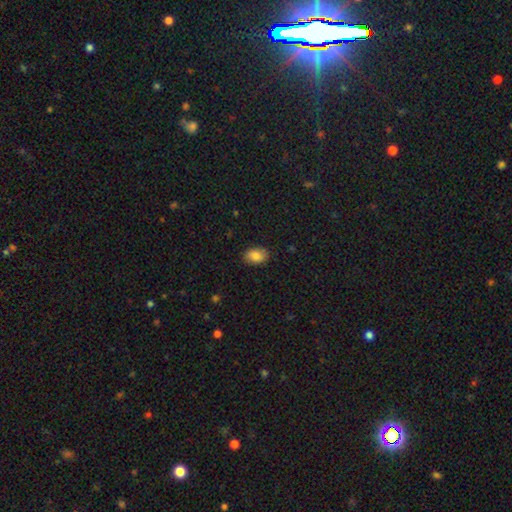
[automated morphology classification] smooth 86%, star or artifact 8%, featured or disk 7%. Down the decision tree: how rounded — in between (85%); merging — none (87%).